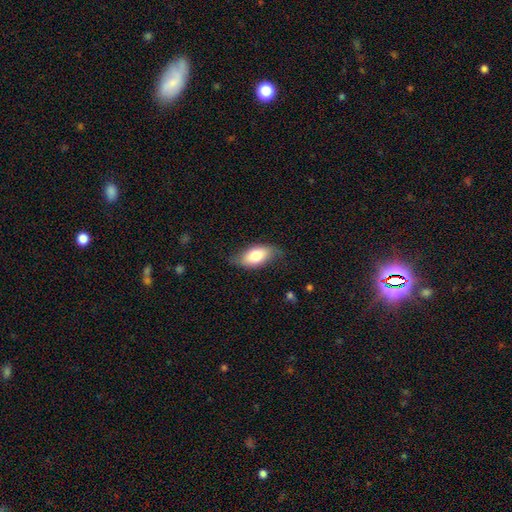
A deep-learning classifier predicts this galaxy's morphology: type=smooth (71%); roundness=in between (90%); merging=none (67%).